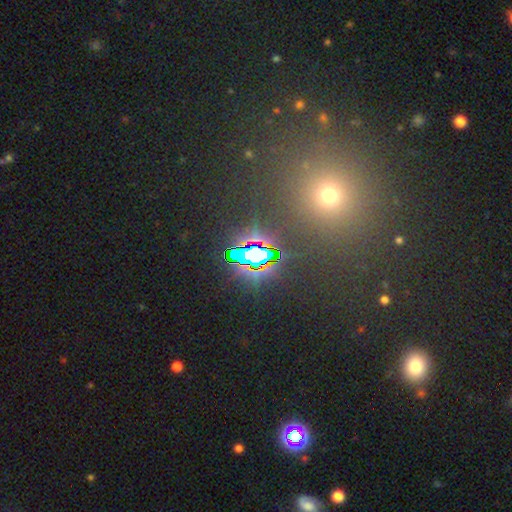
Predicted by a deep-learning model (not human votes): star or artifact 79%, smooth 11%, featured or disk 10%.